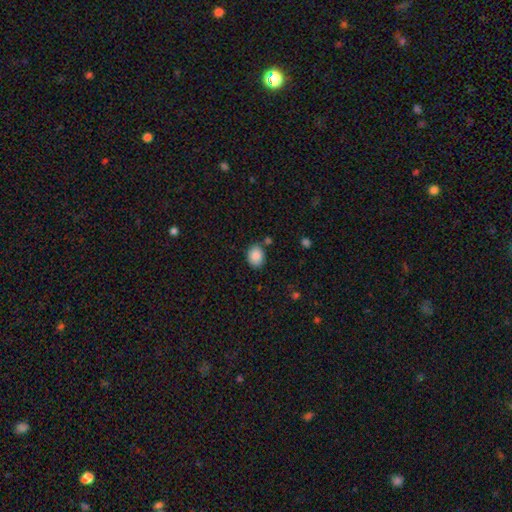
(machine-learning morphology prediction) Smooth or featured? Predicted: smooth (p=0.87). How rounded? Predicted: in between (p=0.54). Merging? Predicted: none (p=0.79).